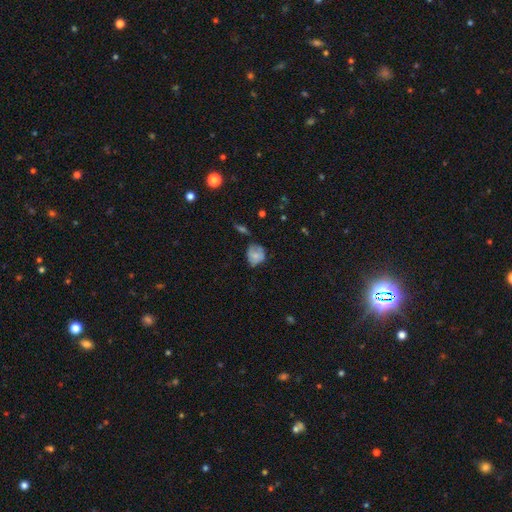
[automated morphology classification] This appears to be a smooth galaxy with no disk features (68%) that is round (64%). Merging: none (48%).